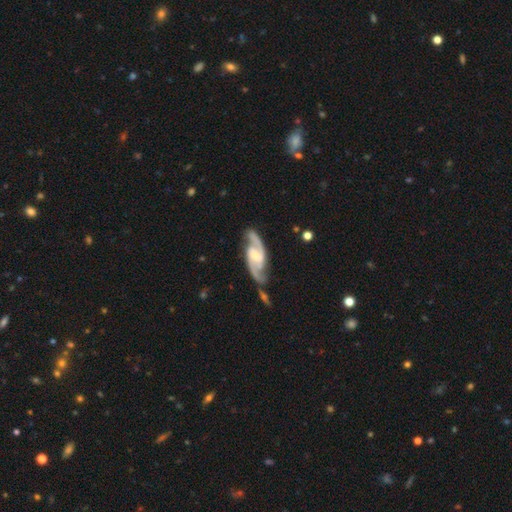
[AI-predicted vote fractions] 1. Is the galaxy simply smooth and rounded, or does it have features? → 91% featured or disk, 5% smooth, 4% star or artifact.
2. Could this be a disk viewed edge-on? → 96% no, 4% yes.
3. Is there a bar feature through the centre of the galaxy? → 47% weak, 32% strong, 21% no.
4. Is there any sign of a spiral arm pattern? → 98% yes, 2% no.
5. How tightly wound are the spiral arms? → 56% medium, 27% loose, 18% tight.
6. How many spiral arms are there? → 94% 2, 2% can't tell, 1% 3, 1% 1, 1% 4, 1% more than 4.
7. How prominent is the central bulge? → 40% small, 34% moderate, 18% none, 6% large, 1% dominant.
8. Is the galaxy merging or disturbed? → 72% none, 16% minor disturbance, 6% major disturbance, 6% merger.